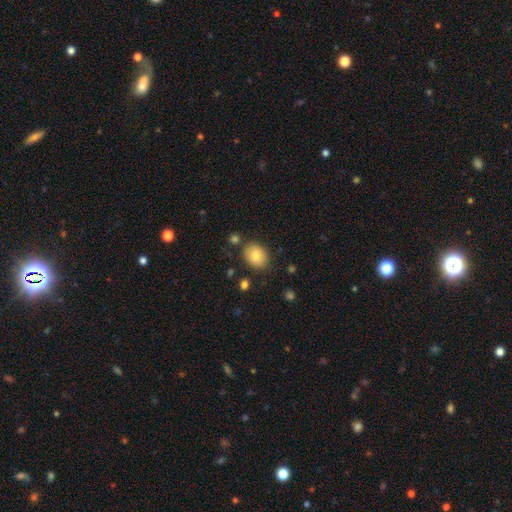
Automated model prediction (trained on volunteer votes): This appears to be a smooth galaxy with no disk features (82%) that is in between round and cigar-shaped (53%). Merging: none (80%).